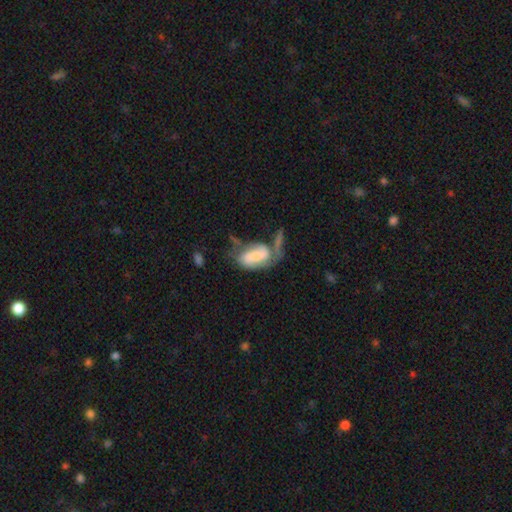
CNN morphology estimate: This appears to be a featured or disk galaxy (52%). Merging: major disturbance (31%).